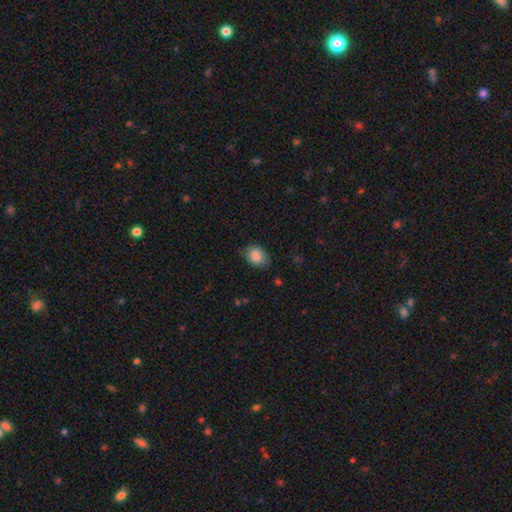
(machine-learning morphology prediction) Smooth or featured?
  - smooth: 85% *
  - star or artifact: 7%
  - featured or disk: 7%
How rounded?
  - in between: 68% *
  - round: 31%
  - cigar-shaped: 1%
Merging?
  - none: 75% *
  - minor disturbance: 20%
  - major disturbance: 5%
  - merger: 1%